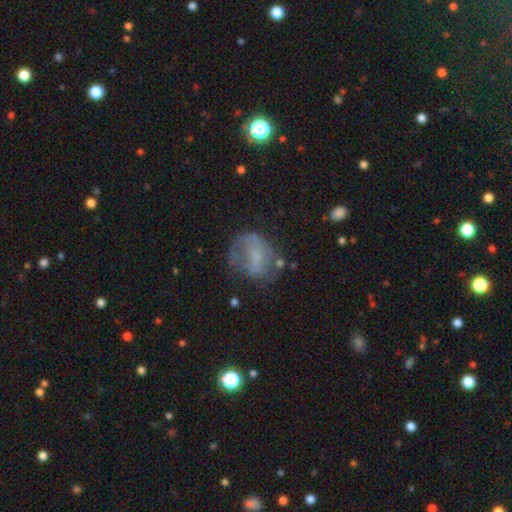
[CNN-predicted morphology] A featured or disk galaxy (44%). Merging: none (44%).